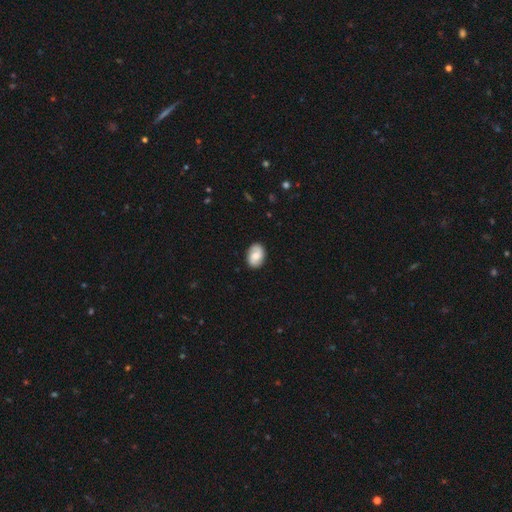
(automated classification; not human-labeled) This is possibly a smooth galaxy (55%). How rounded: clearly in between (81%). Merging: clearly none (85%).